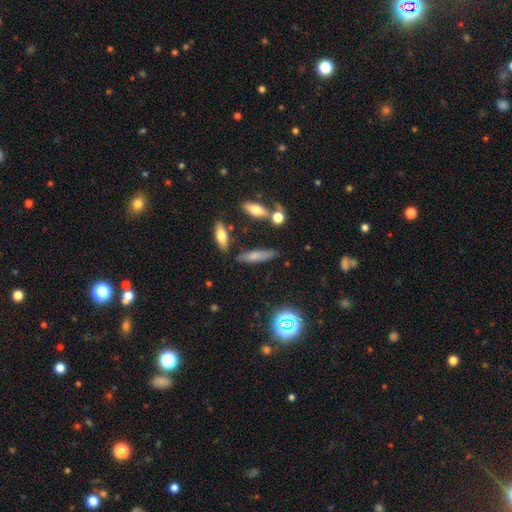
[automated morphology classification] type=smooth (65%); roundness=cigar-shaped (68%); merging=none (70%).